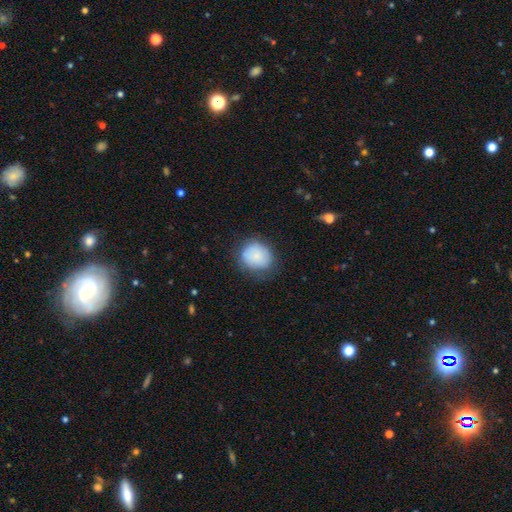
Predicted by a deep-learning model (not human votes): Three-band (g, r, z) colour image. It shows a smooth galaxy with no disk features (82%) that is round (76%). Merging: none (70%).